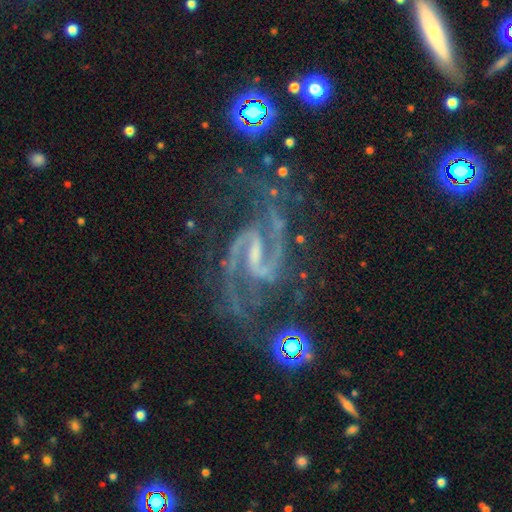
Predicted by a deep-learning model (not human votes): This is clearly a featured or disk galaxy (92%). It is clearly not viewed edge-on (98%). Bar: possibly weak (45%, tied with strong). Spiral arm pattern: clearly yes (99%). Spiral arm count: clearly 2 (93%). Spiral winding: likely medium (63%). Central bulge: possibly small (45%). Merging: likely none (64%).